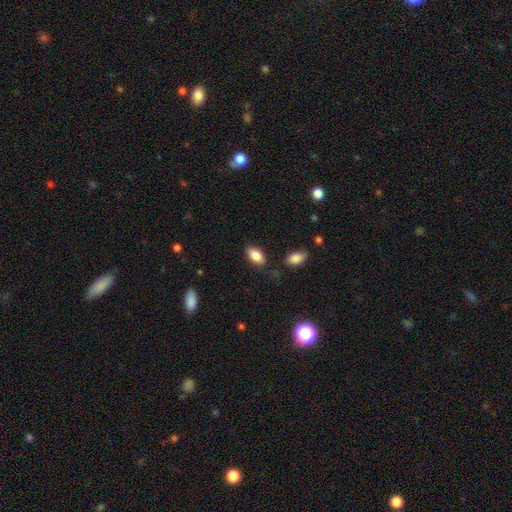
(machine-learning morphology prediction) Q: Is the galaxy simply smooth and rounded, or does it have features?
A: smooth — 85%.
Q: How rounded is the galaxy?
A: in between — 92%.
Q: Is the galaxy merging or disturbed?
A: none — 83%.